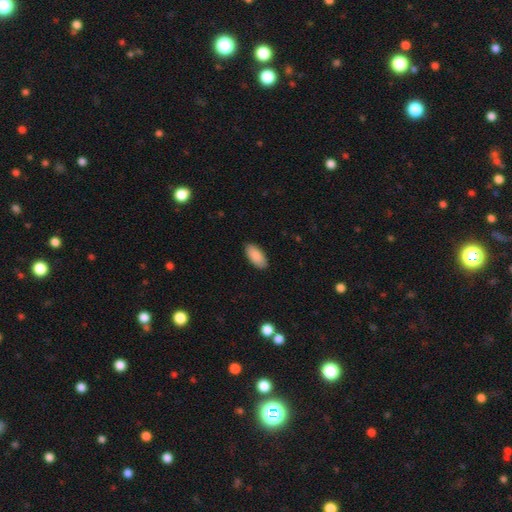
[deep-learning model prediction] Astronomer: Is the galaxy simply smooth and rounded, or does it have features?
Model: smooth — 90%.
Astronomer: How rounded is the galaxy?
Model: in between — 92%.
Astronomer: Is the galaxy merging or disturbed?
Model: none — 89%.